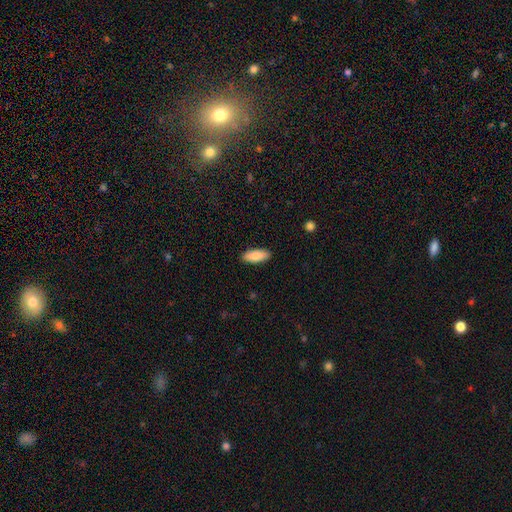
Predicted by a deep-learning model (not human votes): A smooth galaxy with no disk features (84%) that is in between round and cigar-shaped (79%). Merging: none (90%).